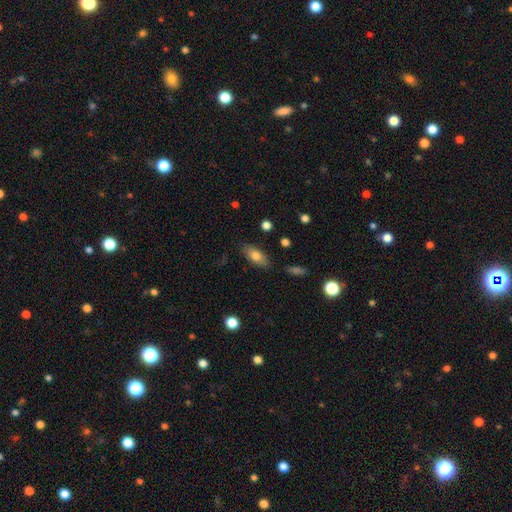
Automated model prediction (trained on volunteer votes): smooth 77%, featured or disk 16%, star or artifact 7%. Down the decision tree: how rounded — in between (84%); merging — none (83%).